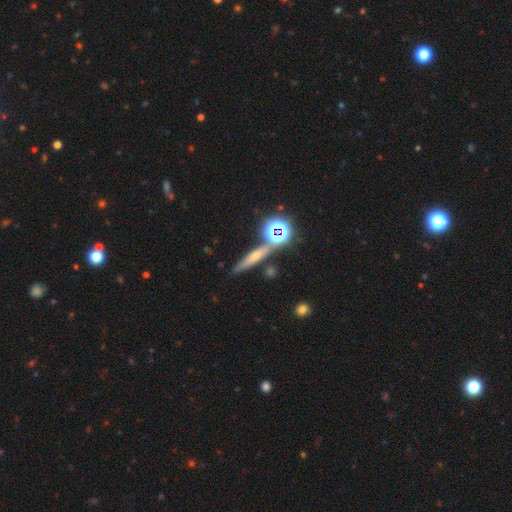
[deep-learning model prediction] Smooth or featured? smooth (52%)
How rounded? cigar-shaped (75%)
Merging? none (74%)